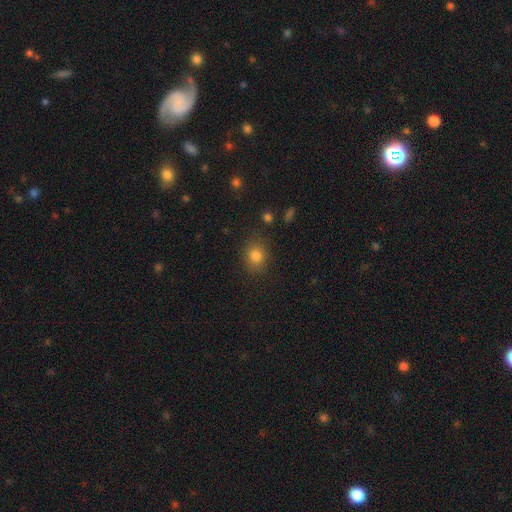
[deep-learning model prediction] The model was most divided on "how rounded": round: 59%, in between: 40%, cigar-shaped: 1%. More confident: smooth or featured — smooth (82%); merging — none (81%).